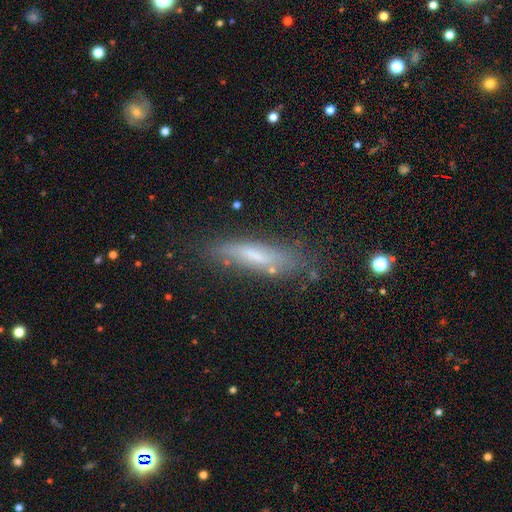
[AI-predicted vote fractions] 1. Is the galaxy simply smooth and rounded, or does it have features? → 48% smooth, 42% featured or disk, 10% star or artifact.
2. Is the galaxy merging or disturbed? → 69% none, 20% minor disturbance, 7% major disturbance, 4% merger.